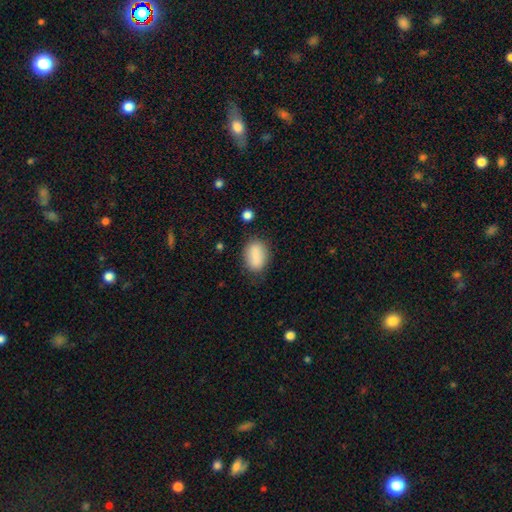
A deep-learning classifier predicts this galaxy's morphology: This is clearly a smooth galaxy (85%). How rounded: clearly in between (83%). Merging: likely none (75%).